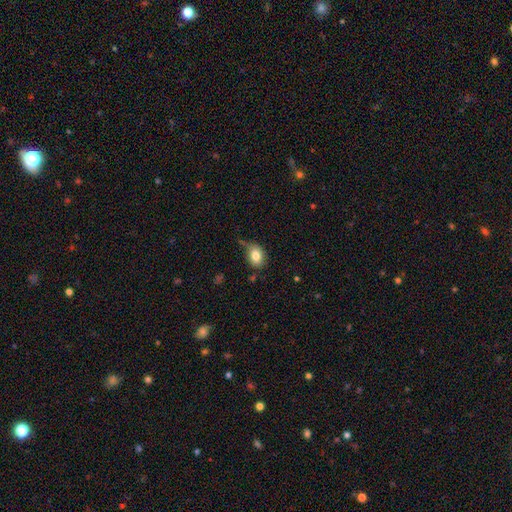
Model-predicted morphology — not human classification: Smooth or featured?
  - smooth: 81% *
  - featured or disk: 10%
  - star or artifact: 9%
How rounded?
  - in between: 68% *
  - round: 31%
  - cigar-shaped: 1%
Merging?
  - none: 59% *
  - minor disturbance: 27%
  - major disturbance: 9%
  - merger: 5%